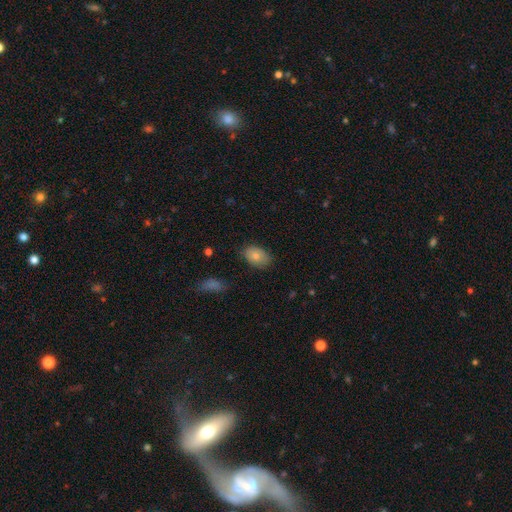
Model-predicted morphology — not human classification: smooth-or-featured: smooth: 82% | featured or disk: 11% | star or artifact: 7%
  how-rounded: in between: 86% | round: 13% | cigar-shaped: 1%
  merging: none: 79% | minor disturbance: 16% | major disturbance: 3% | merger: 1%